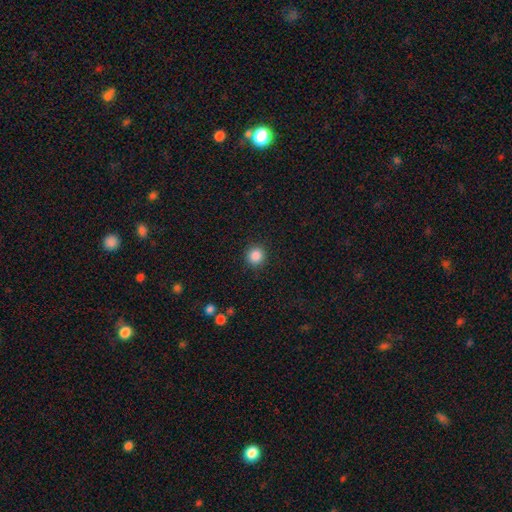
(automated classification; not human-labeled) Smooth or featured?
  - smooth: 87% *
  - star or artifact: 10%
  - featured or disk: 3%
How rounded?
  - round: 93% *
  - in between: 6%
  - cigar-shaped: 1%
Merging?
  - none: 91% *
  - minor disturbance: 6%
  - major disturbance: 2%
  - merger: 1%